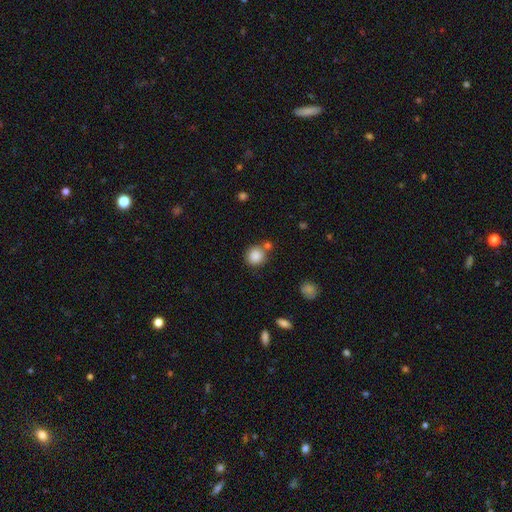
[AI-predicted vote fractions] Smooth or featured: smooth — 87% (star or artifact — 9%)
How rounded: round — 87% (in between — 12%)
Merging: none — 70% (merger — 16%)